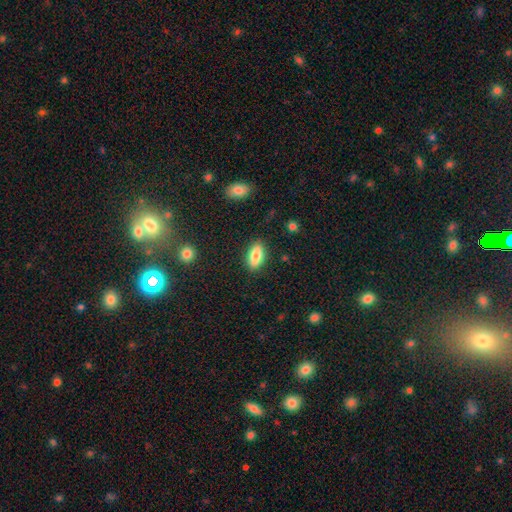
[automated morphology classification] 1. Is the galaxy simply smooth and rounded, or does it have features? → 81% smooth, 12% featured or disk, 7% star or artifact.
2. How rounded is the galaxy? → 87% in between, 10% cigar-shaped, 3% round.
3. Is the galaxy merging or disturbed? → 86% none, 10% minor disturbance, 2% major disturbance, 1% merger.